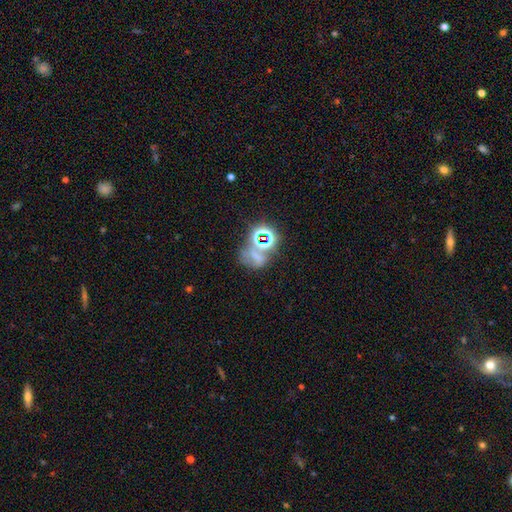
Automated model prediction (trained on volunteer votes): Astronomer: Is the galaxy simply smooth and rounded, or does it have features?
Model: star or artifact — 46% (runner-up: smooth, 36%).